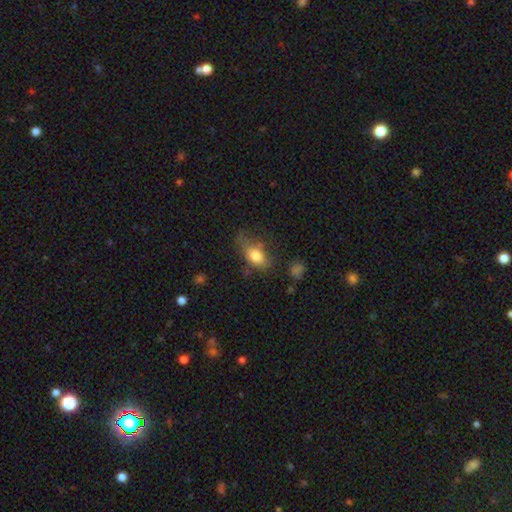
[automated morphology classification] This appears to be a smooth galaxy with no disk features (78%) that is in between round and cigar-shaped (83%). Merging: none (42%).